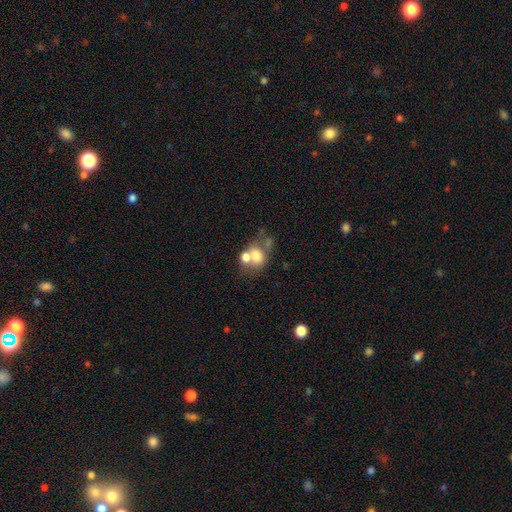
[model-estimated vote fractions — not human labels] Smooth or featured? Predicted: smooth (p=0.67). How rounded? Predicted: in between (p=0.53). Merging? Predicted: merger (p=0.51).